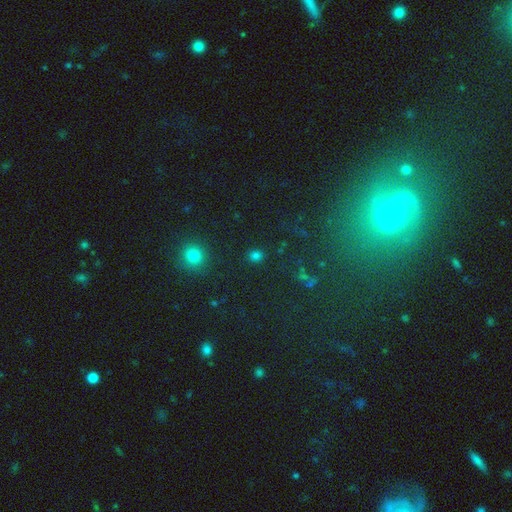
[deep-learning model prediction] smooth_or_featured: smooth (p=0.76) [alt: star or artifact p=0.19]
how_rounded: round (p=0.78) [alt: in between p=0.21]
merging: none (p=0.87) [alt: minor disturbance p=0.07]